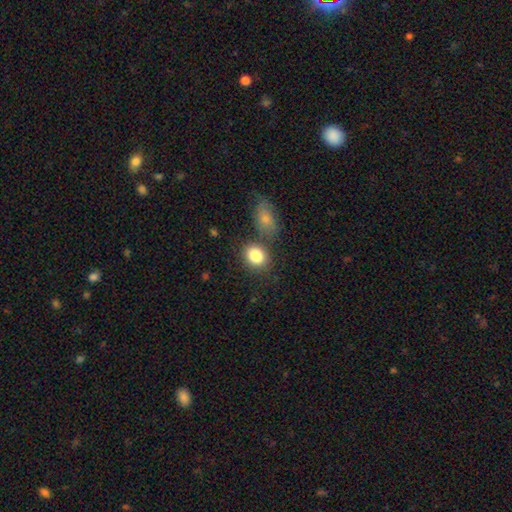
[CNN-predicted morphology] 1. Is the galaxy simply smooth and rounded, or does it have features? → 85% smooth, 8% star or artifact, 7% featured or disk.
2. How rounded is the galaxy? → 54% in between, 45% round, 1% cigar-shaped.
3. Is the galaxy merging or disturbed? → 65% none, 17% merger, 14% minor disturbance, 5% major disturbance.